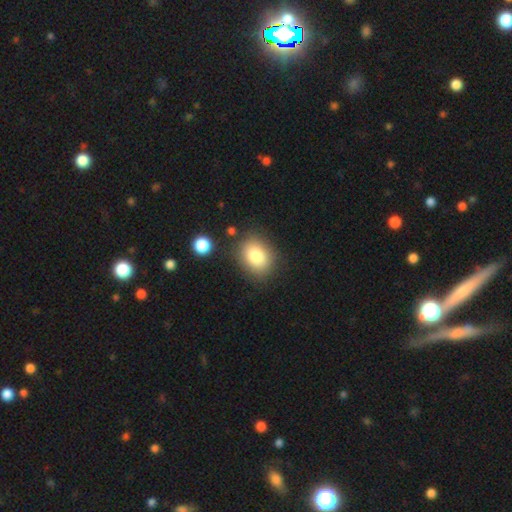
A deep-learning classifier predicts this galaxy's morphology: smooth-or-featured: smooth: 81% | star or artifact: 10% | featured or disk: 9%
  how-rounded: in between: 51% | round: 48% | cigar-shaped: 1%
  merging: none: 82% | minor disturbance: 11% | merger: 4% | major disturbance: 4%